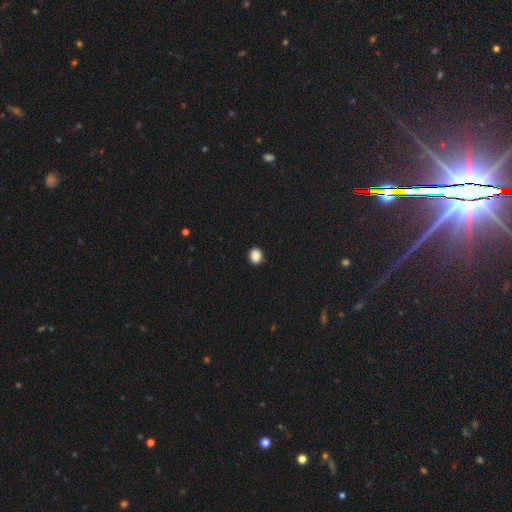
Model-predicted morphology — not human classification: A smooth galaxy with no disk features (88%) that is round (74%). Merging: none (91%).